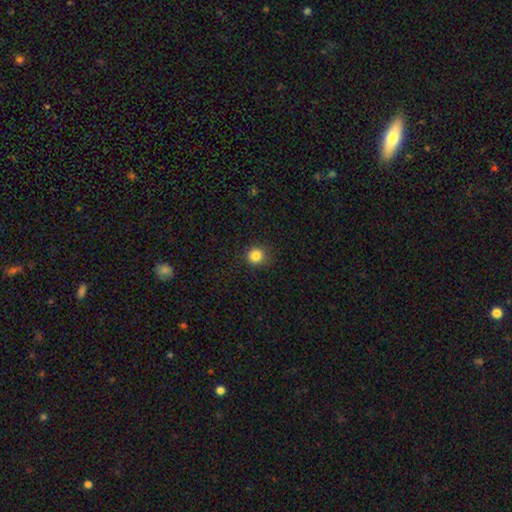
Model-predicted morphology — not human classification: Smooth or featured? Predicted: smooth (p=0.86). How rounded? Predicted: round (p=0.91). Merging? Predicted: none (p=0.87).